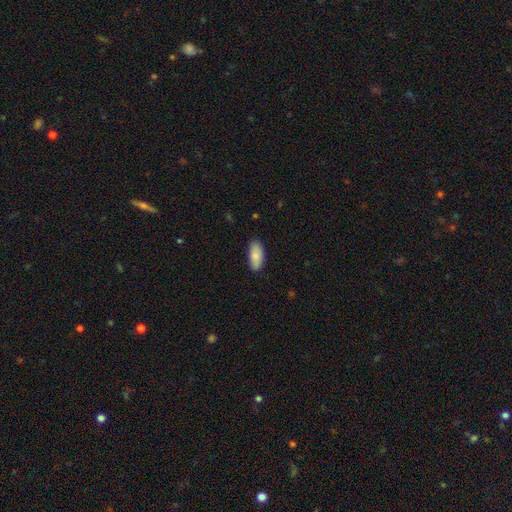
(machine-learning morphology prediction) Smooth or featured?
  - smooth: 85% *
  - featured or disk: 9%
  - star or artifact: 6%
How rounded?
  - in between: 88% *
  - cigar-shaped: 10%
  - round: 2%
Merging?
  - none: 84% *
  - minor disturbance: 13%
  - major disturbance: 2%
  - merger: 1%